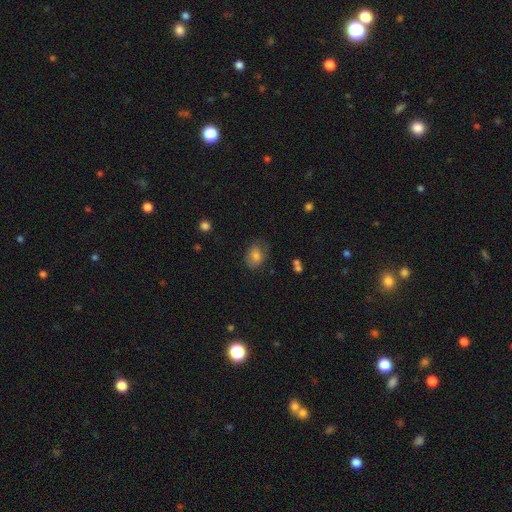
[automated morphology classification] A smooth galaxy with no disk features (77%) that is in between round and cigar-shaped (70%). Merging: none (69%).